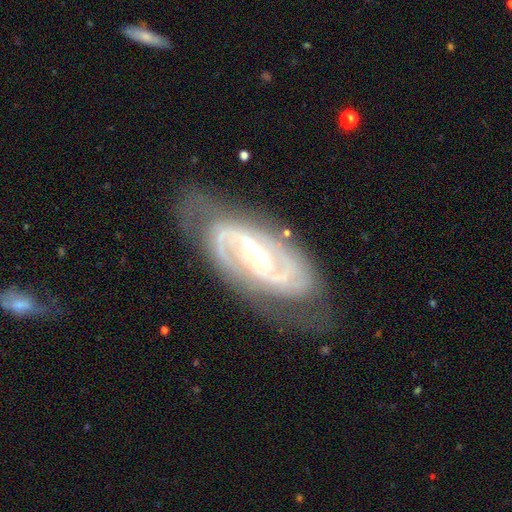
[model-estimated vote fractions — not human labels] featured or disk 90%, star or artifact 5%, smooth 5%. Down the decision tree: edge-on disk — no (95%); bar — weak (39%); spiral arms — yes (97%); spiral arm count — 2 (76%); spiral winding — tight (51%); bulge size — small (59%); merging — none (71%).